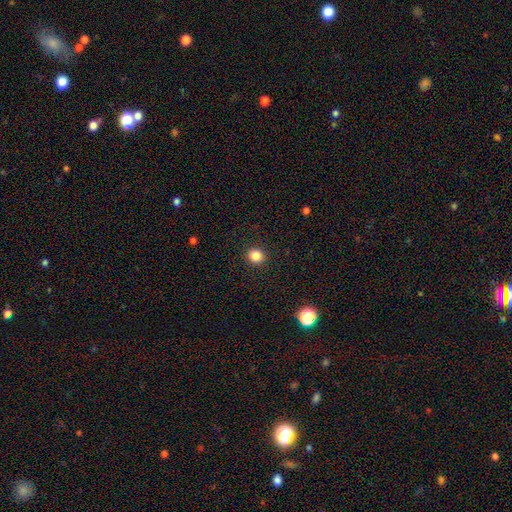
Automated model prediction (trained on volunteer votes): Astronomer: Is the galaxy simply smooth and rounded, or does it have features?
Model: smooth — 84%.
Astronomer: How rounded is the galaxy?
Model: round — 87%.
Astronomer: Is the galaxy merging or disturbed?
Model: none — 92%.